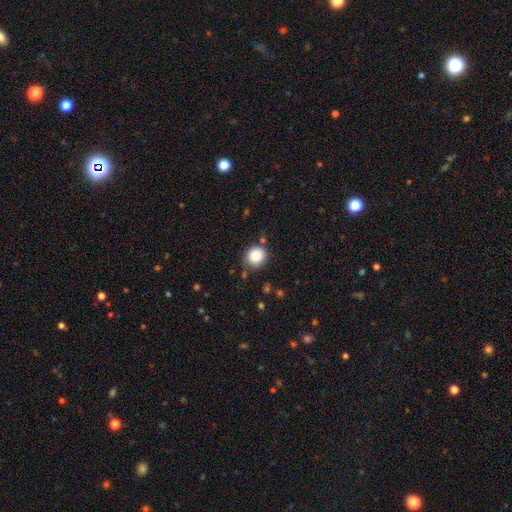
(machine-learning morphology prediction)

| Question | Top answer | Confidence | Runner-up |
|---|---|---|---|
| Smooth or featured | smooth | 86% | star or artifact (9%) |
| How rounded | round | 86% | in between (13%) |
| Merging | none | 79% | minor disturbance (14%) |